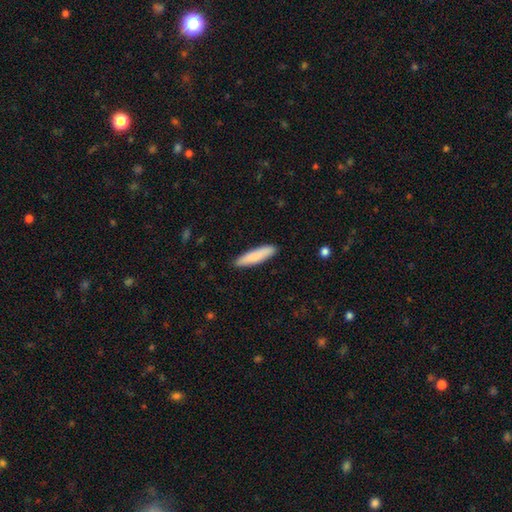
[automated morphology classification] A smooth galaxy with no disk features (85%) that is cigar-shaped (82%).

Vote fractions:
- Smooth or featured? smooth: 85% / featured or disk: 10% / star or artifact: 5%
- How rounded? cigar-shaped: 82% / in between: 17% / round: 1%
- Merging? none: 89% / minor disturbance: 8% / major disturbance: 2% / merger: 1%